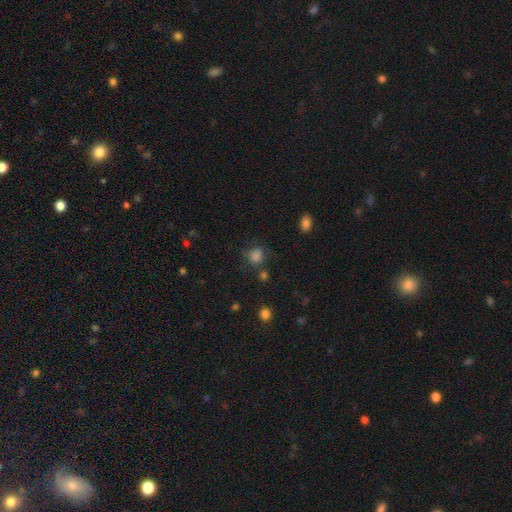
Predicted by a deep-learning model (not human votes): smooth 80%, star or artifact 15%, featured or disk 6%. Down the decision tree: how rounded — round (79%); merging — none (66%).